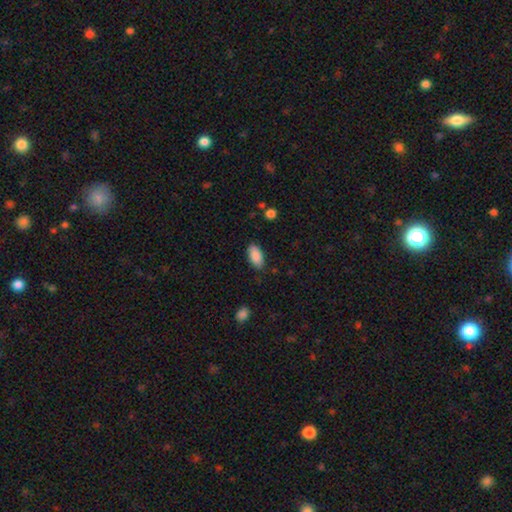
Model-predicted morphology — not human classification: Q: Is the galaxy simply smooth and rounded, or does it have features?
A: smooth — 89%.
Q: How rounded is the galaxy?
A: in between — 91%.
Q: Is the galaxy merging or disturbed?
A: none — 83%.